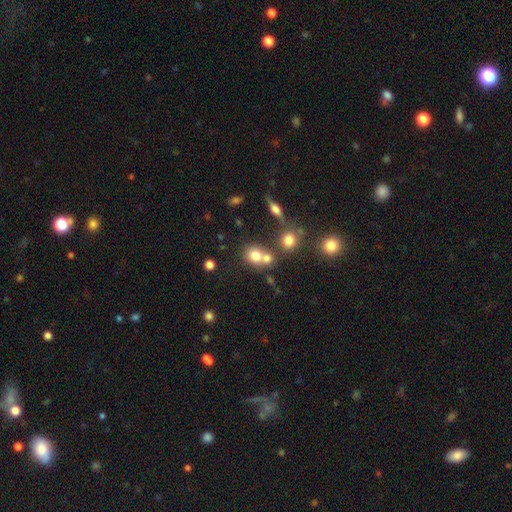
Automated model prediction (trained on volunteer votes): Morphology: type=smooth (73%); roundness=round (73%); merging=merger (44%).